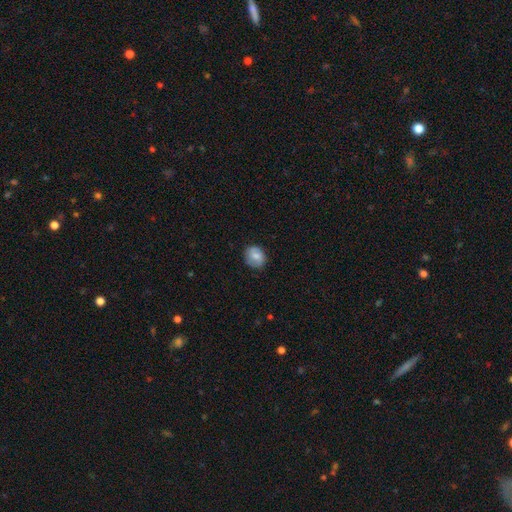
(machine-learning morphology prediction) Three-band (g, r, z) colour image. It shows a smooth galaxy with no disk features (73%) that is round (69%). Merging: none (79%).